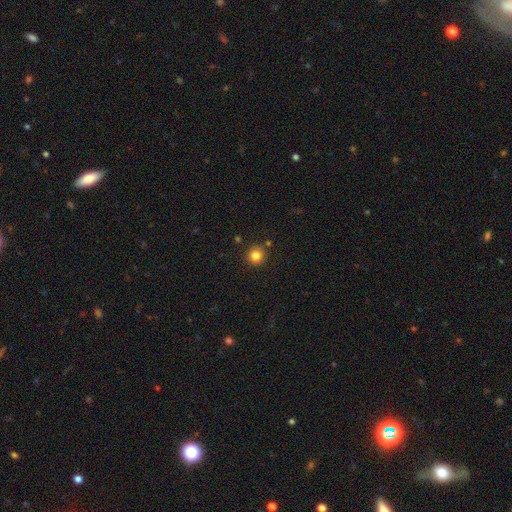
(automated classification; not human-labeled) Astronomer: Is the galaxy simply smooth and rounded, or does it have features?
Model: smooth — 83%.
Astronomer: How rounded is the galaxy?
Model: round — 94%.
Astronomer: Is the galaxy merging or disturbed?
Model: none — 87%.